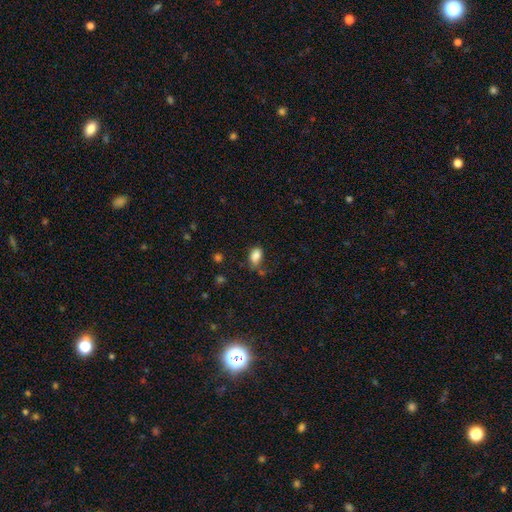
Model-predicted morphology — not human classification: Overall: smooth (85%). How rounded: in between (87%). Merging: none (58%; minor disturbance 28%).